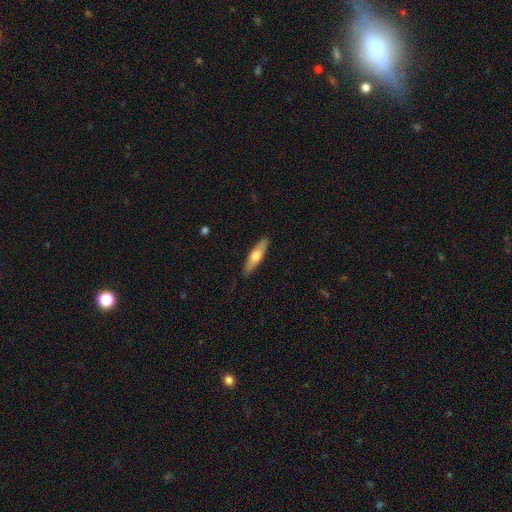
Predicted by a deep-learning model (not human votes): This is possibly a smooth galaxy (54%). How rounded: likely cigar-shaped (70%). Merging: clearly none (88%).